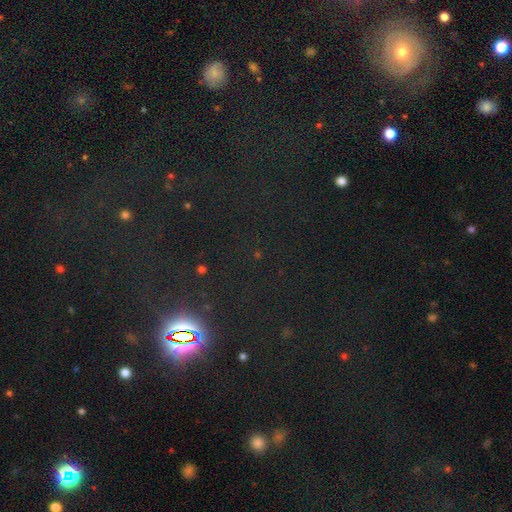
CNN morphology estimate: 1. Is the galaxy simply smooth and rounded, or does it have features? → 70% star or artifact, 19% smooth, 11% featured or disk.